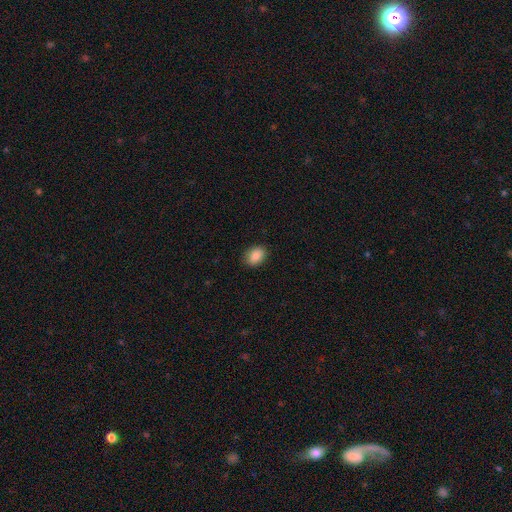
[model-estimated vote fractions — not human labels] Morphology: type=smooth (88%); roundness=in between (75%); merging=none (88%).